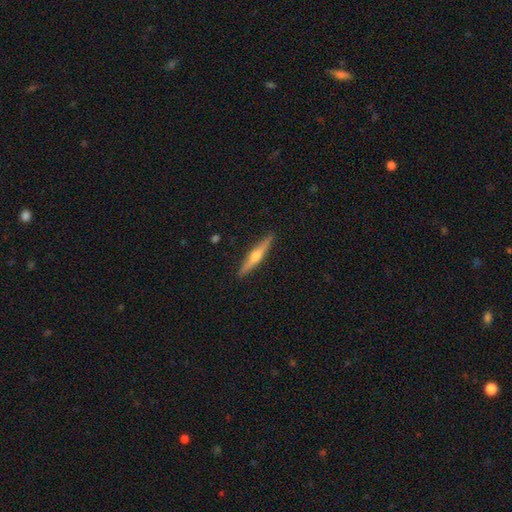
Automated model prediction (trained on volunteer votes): Morphology: type=featured or disk (63%); edge-on=yes (97%); edge-on bulge=rounded (91%); merging=none (91%).